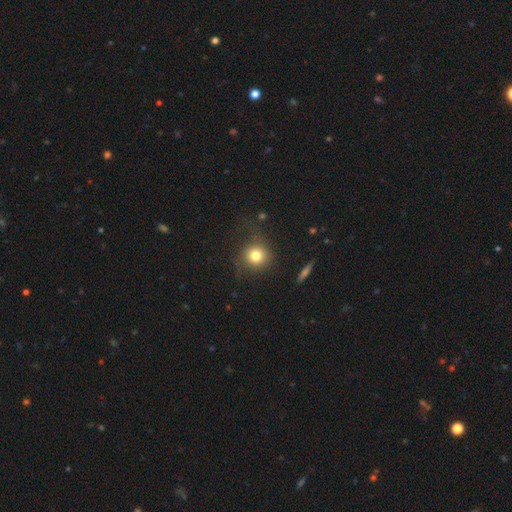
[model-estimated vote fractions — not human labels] This is likely a smooth galaxy (78%). How rounded: clearly round (90%). Merging: likely none (68%).